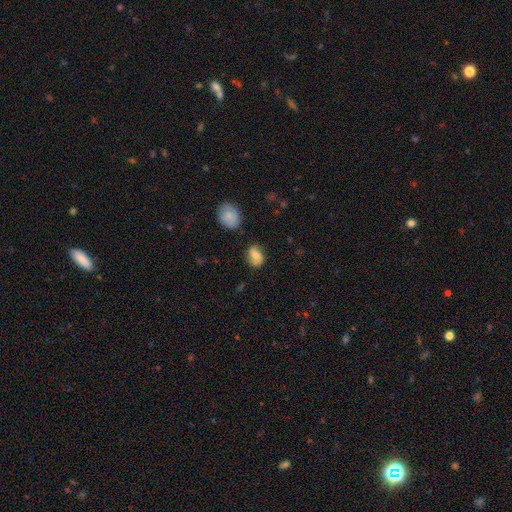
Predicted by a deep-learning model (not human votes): Overall: smooth (65%; featured or disk 26%). How rounded: in between (65%; round 33%). Merging: none (69%).